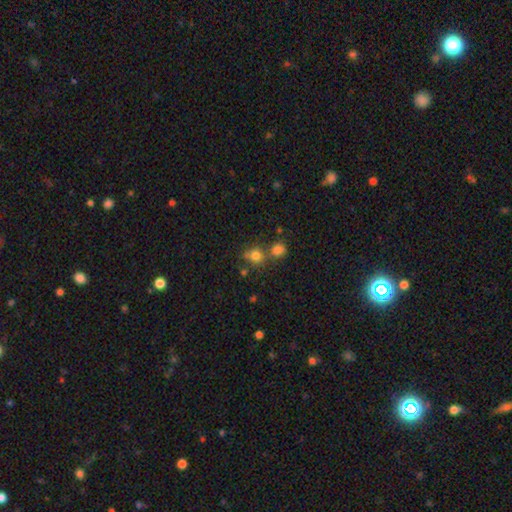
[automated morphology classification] smooth_or_featured: smooth (p=0.75) [alt: star or artifact p=0.16]
how_rounded: round (p=0.77) [alt: in between p=0.21]
merging: none (p=0.54) [alt: merger p=0.31]